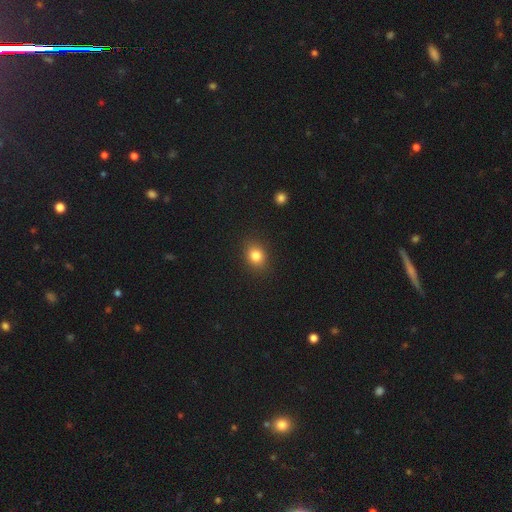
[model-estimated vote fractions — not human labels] A smooth galaxy with no disk features (82%) that is round (50%). Merging: none (88%).